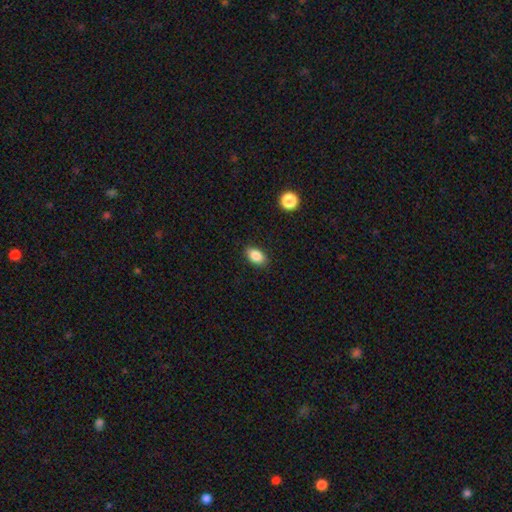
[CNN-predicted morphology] Q: Smooth or featured?
A: smooth (86%); runner-up: star or artifact (9%)
Q: How rounded?
A: in between (88%); runner-up: round (10%)
Q: Merging?
A: none (87%); runner-up: minor disturbance (9%)